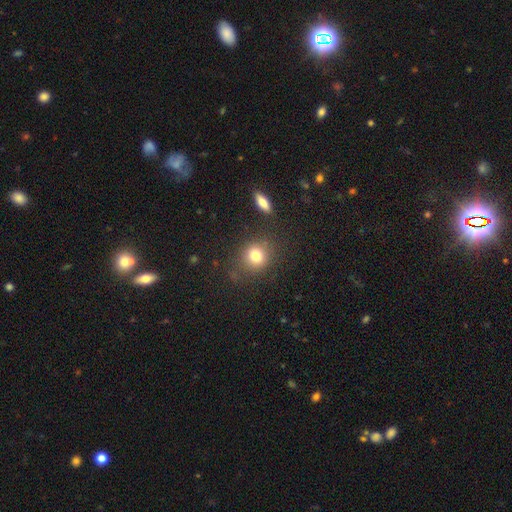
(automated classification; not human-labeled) smooth-or-featured: smooth: 80% | star or artifact: 12% | featured or disk: 8%
  how-rounded: round: 77% | in between: 22% | cigar-shaped: 1%
  merging: none: 80% | minor disturbance: 12% | major disturbance: 5% | merger: 4%